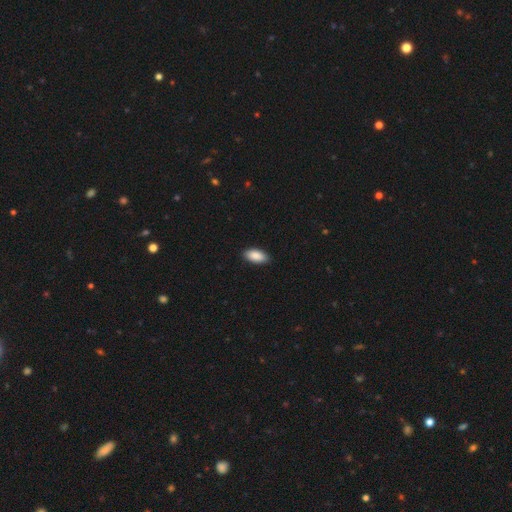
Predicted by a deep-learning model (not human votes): smooth-or-featured: smooth: 90% | star or artifact: 6% | featured or disk: 4%
  how-rounded: in between: 93% | cigar-shaped: 5% | round: 2%
  merging: none: 89% | minor disturbance: 9% | major disturbance: 2% | merger: 1%